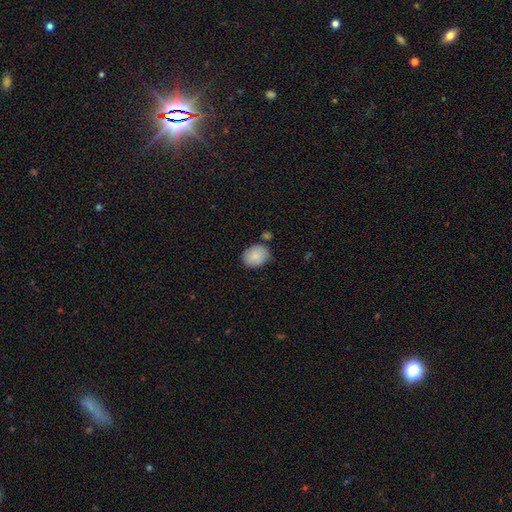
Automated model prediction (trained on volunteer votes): Smooth or featured? smooth (87%)
How rounded? in between (56%)
Merging? none (70%)